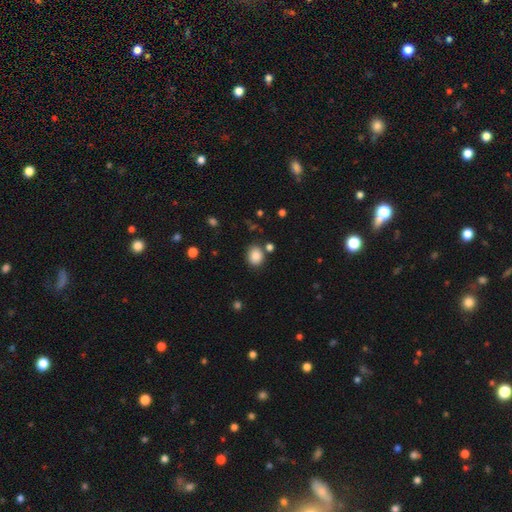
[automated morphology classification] This appears to be a smooth galaxy with no disk features (86%) that is round (58%). Merging: none (80%).